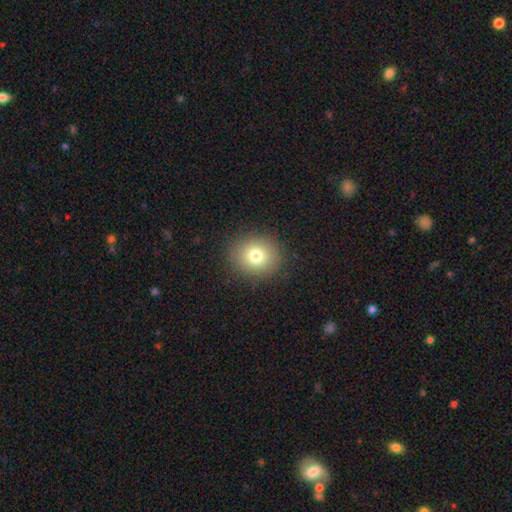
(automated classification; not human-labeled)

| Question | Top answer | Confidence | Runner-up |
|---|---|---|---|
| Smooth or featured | smooth | 78% | star or artifact (12%) |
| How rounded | round | 79% | in between (20%) |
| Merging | none | 89% | minor disturbance (7%) |